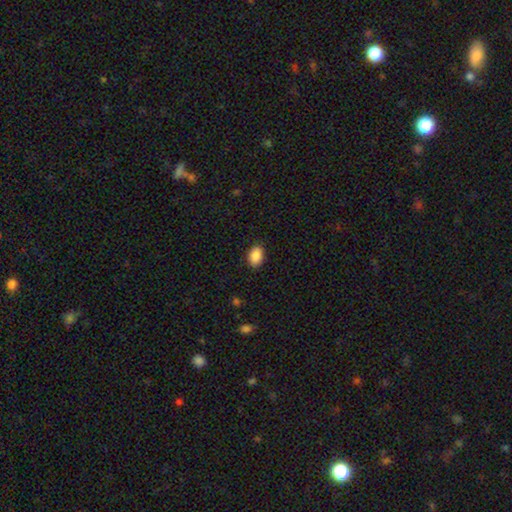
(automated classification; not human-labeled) Smooth or featured? Predicted: smooth (p=0.89). How rounded? Predicted: in between (p=0.83). Merging? Predicted: none (p=0.86).